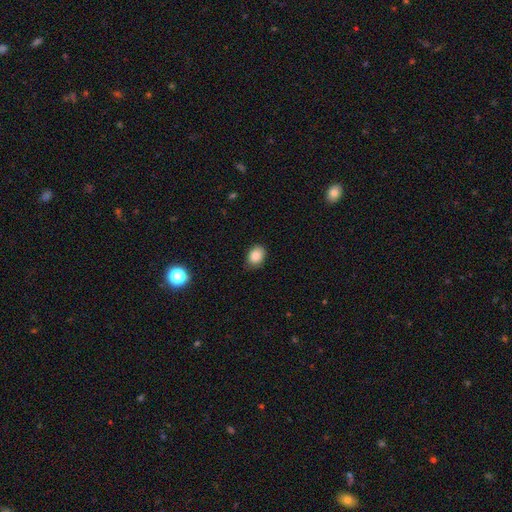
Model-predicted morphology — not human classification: Overall: smooth (86%). How rounded: in between (69%; round 30%). Merging: none (76%).